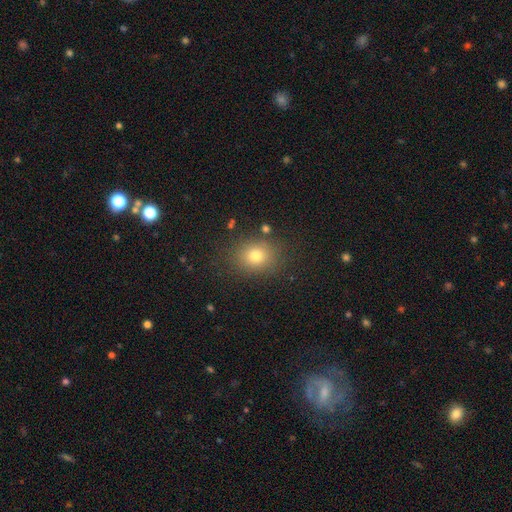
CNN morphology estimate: type=smooth (77%); roundness=round (64%); merging=none (84%).